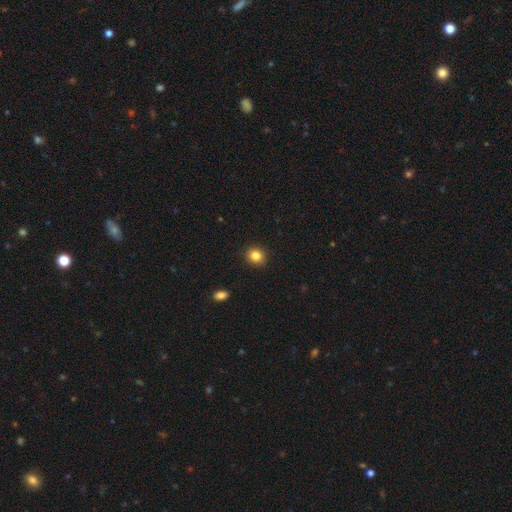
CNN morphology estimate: smooth_or_featured: smooth (p=0.84) [alt: star or artifact p=0.10]
how_rounded: round (p=0.74) [alt: in between p=0.25]
merging: none (p=0.91) [alt: minor disturbance p=0.06]